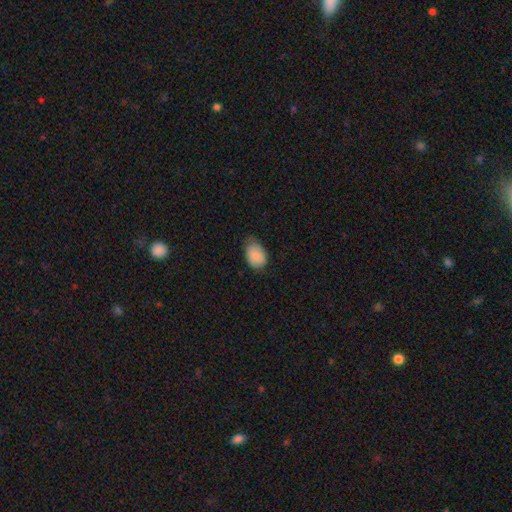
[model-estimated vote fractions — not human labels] Smooth or featured: smooth — 82% (featured or disk — 11%)
How rounded: in between — 83% (round — 16%)
Merging: none — 56% (minor disturbance — 36%)